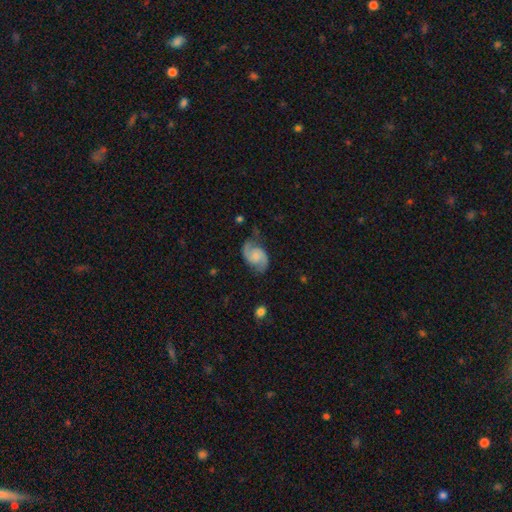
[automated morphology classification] Smooth or featured: featured or disk — 82% (smooth — 12%)
Edge-on disk: no — 98% (yes — 2%)
Bar: no — 64% (weak — 30%)
Spiral arms: yes — 97% (no — 3%)
Spiral winding: medium — 52% (loose — 26%)
Spiral arm count: 2 — 92% (can't tell — 3%)
Bulge size: small — 39% (none — 29%)
Merging: none — 69% (minor disturbance — 20%)